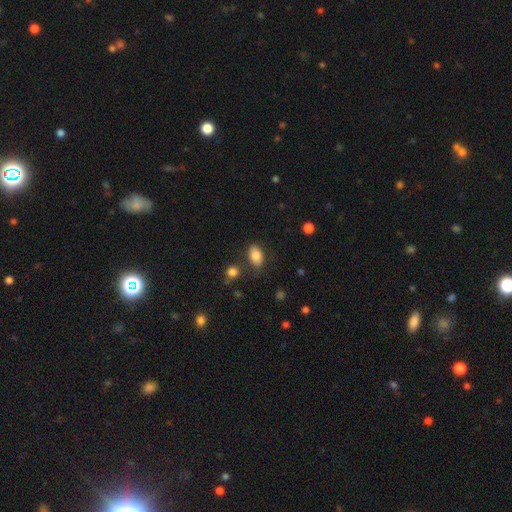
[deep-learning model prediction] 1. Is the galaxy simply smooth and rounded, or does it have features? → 82% smooth, 9% featured or disk, 8% star or artifact.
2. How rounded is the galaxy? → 89% in between, 9% round, 2% cigar-shaped.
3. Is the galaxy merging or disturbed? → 76% none, 15% minor disturbance, 5% merger, 4% major disturbance.